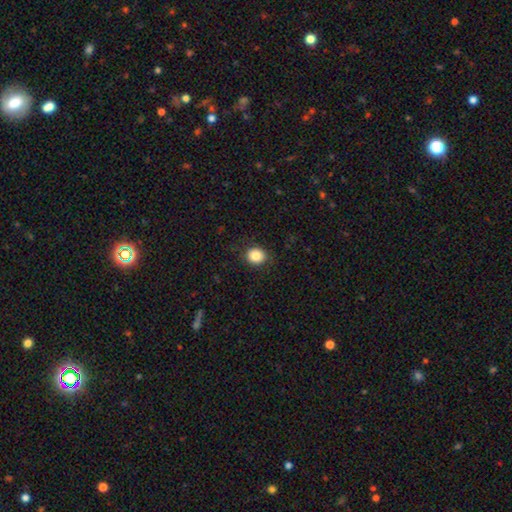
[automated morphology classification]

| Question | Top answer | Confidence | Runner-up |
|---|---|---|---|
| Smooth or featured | smooth | 85% | star or artifact (10%) |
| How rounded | round | 77% | in between (22%) |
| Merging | none | 86% | minor disturbance (10%) |